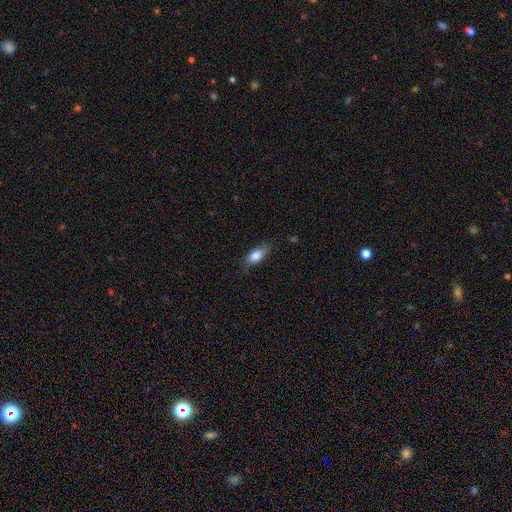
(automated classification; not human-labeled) smooth 80%, featured or disk 12%, star or artifact 7%. Down the decision tree: how rounded — in between (80%); merging — none (75%).